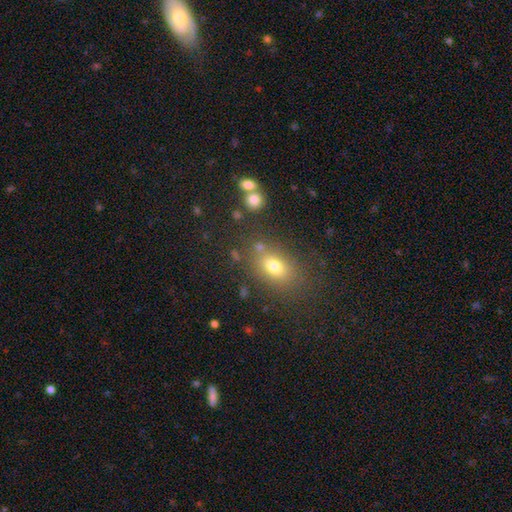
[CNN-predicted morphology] Smooth or featured? smooth (59%)
How rounded? in between (56%)
Merging? none (75%)